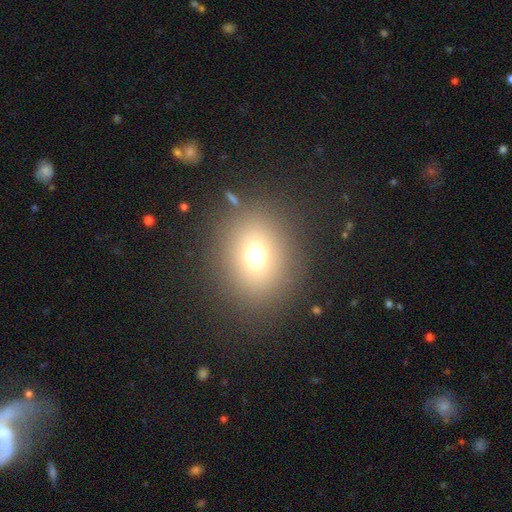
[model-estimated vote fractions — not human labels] Morphology: type=smooth (69%); roundness=round (66%); merging=none (85%).